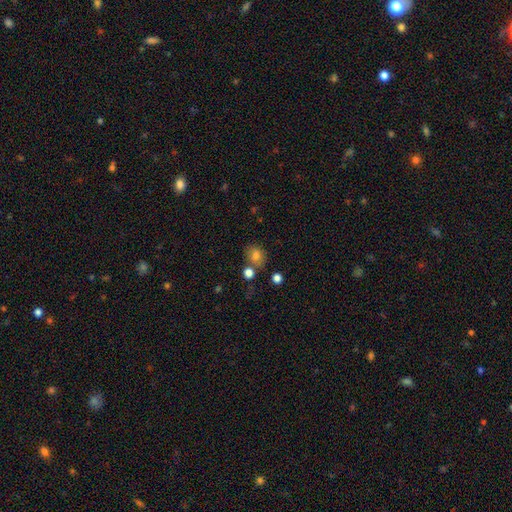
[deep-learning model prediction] Smooth or featured? smooth (79%)
How rounded? round (61%)
Merging? none (67%)